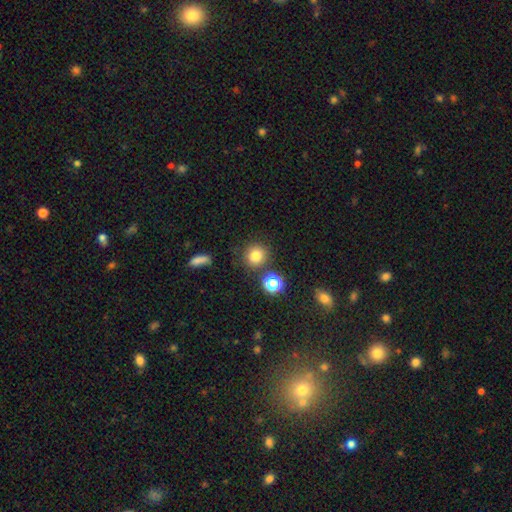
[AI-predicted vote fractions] Smooth or featured?
  - smooth: 78% *
  - star or artifact: 15%
  - featured or disk: 6%
How rounded?
  - round: 90% *
  - in between: 9%
  - cigar-shaped: 1%
Merging?
  - none: 81% *
  - minor disturbance: 9%
  - merger: 7%
  - major disturbance: 3%